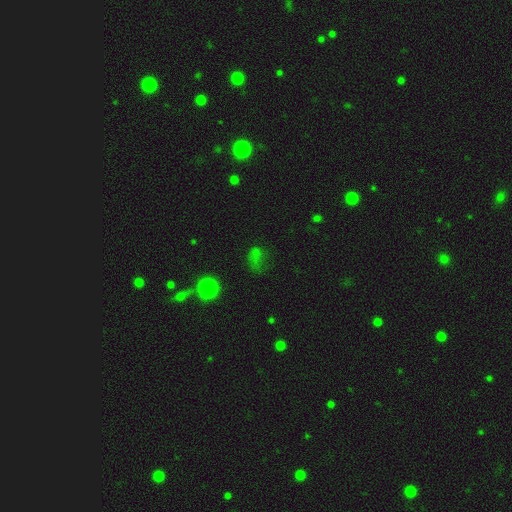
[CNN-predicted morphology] This appears to be a smooth galaxy with no disk features (54%) that is in between round and cigar-shaped (56%). Merging: none (45%).